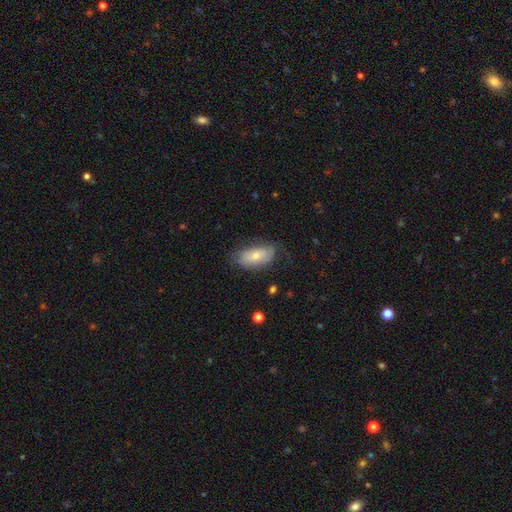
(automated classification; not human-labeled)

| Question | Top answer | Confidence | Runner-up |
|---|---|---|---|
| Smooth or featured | smooth | 62% | featured or disk (31%) |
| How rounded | in between | 90% | cigar-shaped (6%) |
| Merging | none | 60% | minor disturbance (27%) |